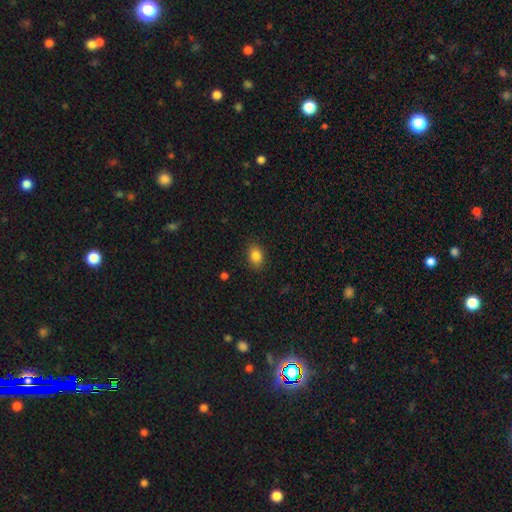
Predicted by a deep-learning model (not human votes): Smooth or featured? Predicted: smooth (p=0.85). How rounded? Predicted: in between (p=0.73). Merging? Predicted: none (p=0.86).